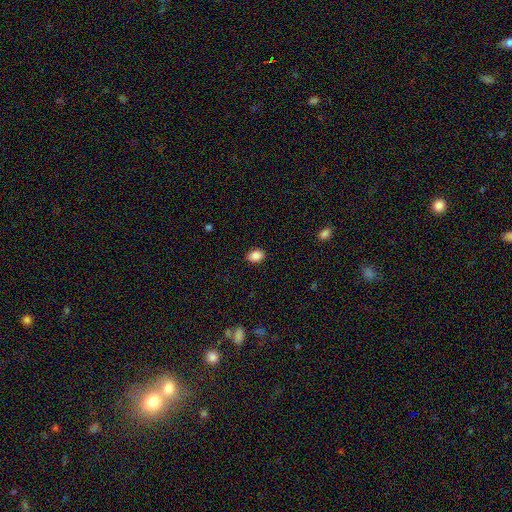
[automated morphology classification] A smooth galaxy with no disk features (88%) that is in between round and cigar-shaped (74%). Merging: none (89%).